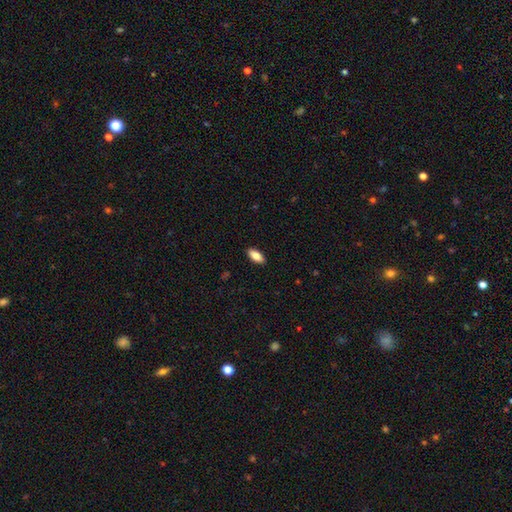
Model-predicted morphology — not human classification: Smooth or featured? Predicted: smooth (p=0.82). How rounded? Predicted: in between (p=0.87). Merging? Predicted: none (p=0.90).